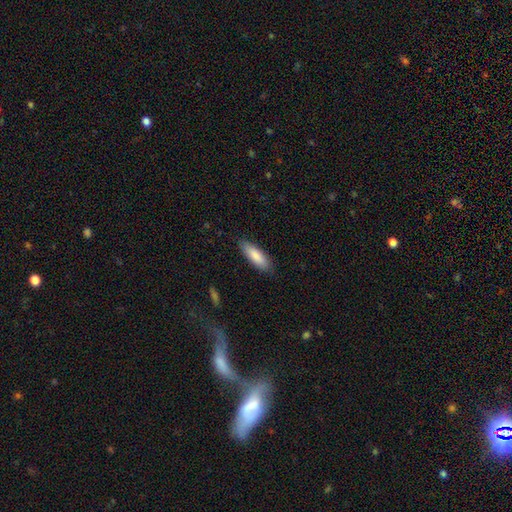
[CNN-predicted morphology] This appears to be a smooth galaxy with no disk features (85%) that is in between round and cigar-shaped (52%). Merging: none (85%).